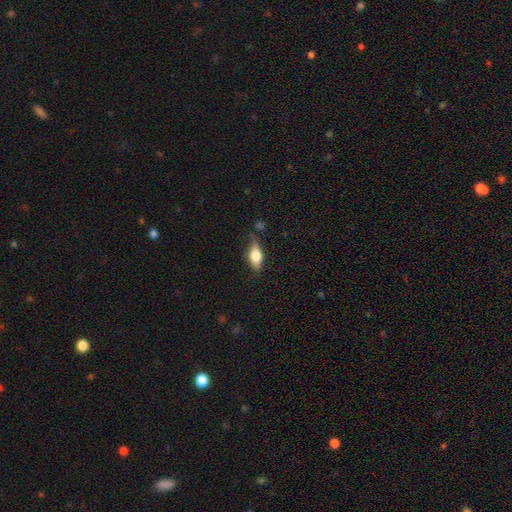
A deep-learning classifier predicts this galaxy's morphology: Smooth or featured? smooth (62%)
How rounded? in between (77%)
Merging? none (63%)